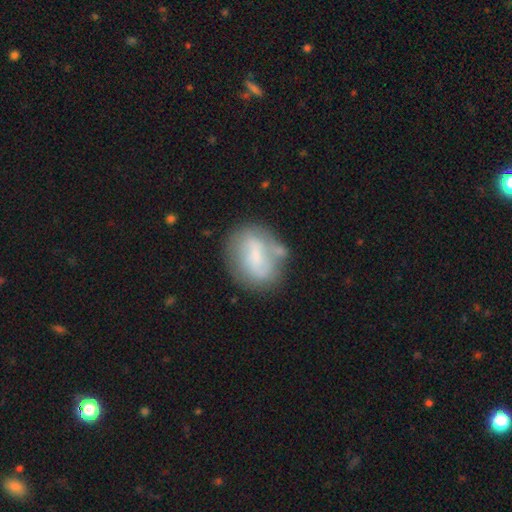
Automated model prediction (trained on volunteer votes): This is possibly a smooth galaxy (47%). Merging: possibly none (53%).